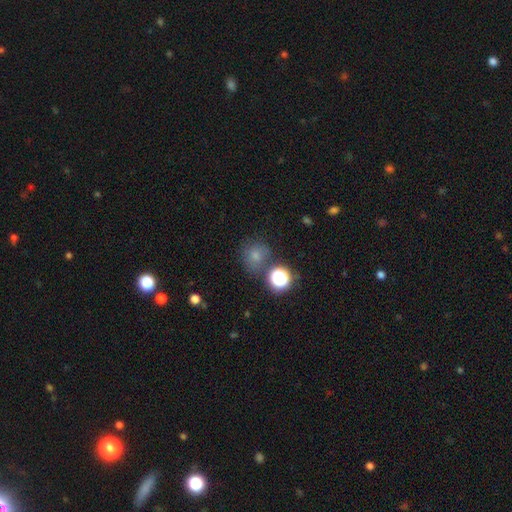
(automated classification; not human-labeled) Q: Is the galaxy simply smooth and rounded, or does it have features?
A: smooth — 72%.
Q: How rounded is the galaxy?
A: round — 83%.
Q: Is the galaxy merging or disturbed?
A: none — 67%.